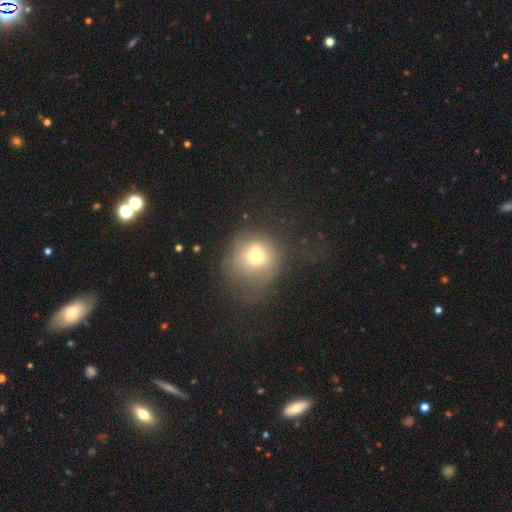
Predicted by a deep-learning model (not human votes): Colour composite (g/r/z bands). It shows a smooth galaxy with no disk features (67%) that is round (75%). Merging: none (39%).